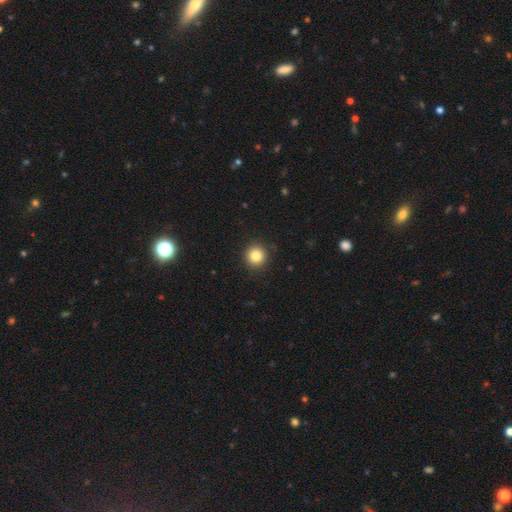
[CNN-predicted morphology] smooth 84%, star or artifact 11%, featured or disk 5%. Down the decision tree: how rounded — round (92%); merging — none (90%).